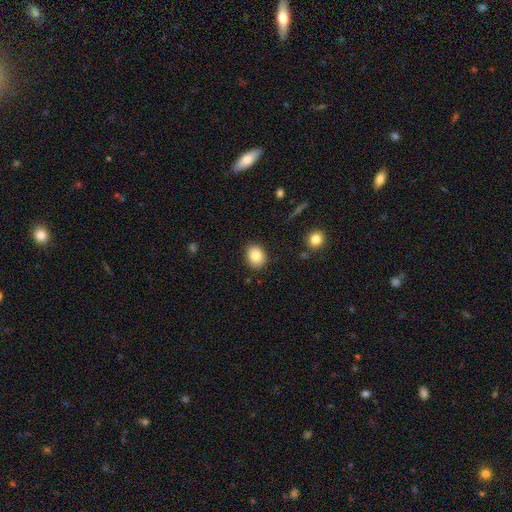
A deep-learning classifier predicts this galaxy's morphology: smooth-or-featured: smooth: 85% | star or artifact: 9% | featured or disk: 7%
  how-rounded: in between: 55% | round: 44% | cigar-shaped: 1%
  merging: none: 87% | minor disturbance: 9% | major disturbance: 2% | merger: 1%